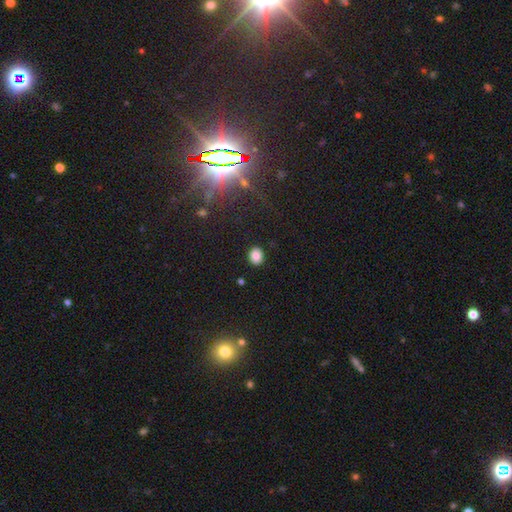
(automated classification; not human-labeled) smooth 84%, star or artifact 11%, featured or disk 5%. Down the decision tree: how rounded — round (54%); merging — none (89%).